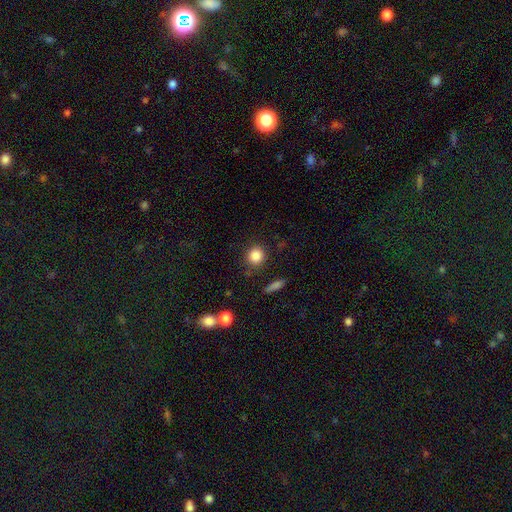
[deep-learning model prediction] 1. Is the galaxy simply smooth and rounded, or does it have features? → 85% smooth, 10% star or artifact, 5% featured or disk.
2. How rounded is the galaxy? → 88% round, 10% in between, 1% cigar-shaped.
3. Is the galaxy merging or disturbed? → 85% none, 9% minor disturbance, 3% major disturbance, 3% merger.